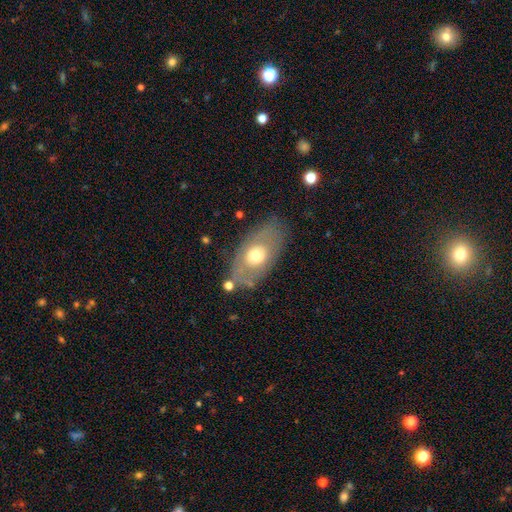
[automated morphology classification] This is possibly a smooth galaxy (48%). Merging: likely none (72%).